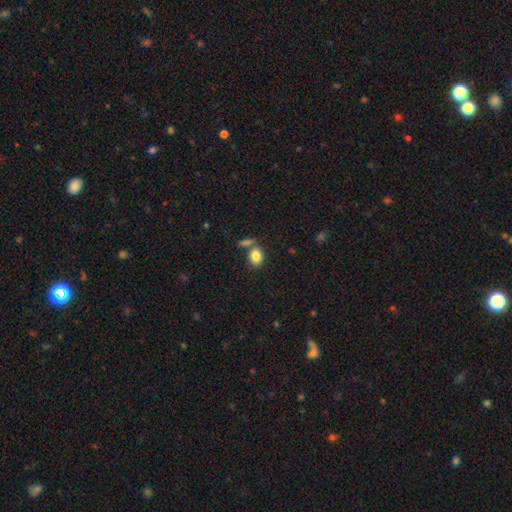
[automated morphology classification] smooth-or-featured: smooth: 84% | star or artifact: 9% | featured or disk: 8%
  how-rounded: in between: 74% | round: 25% | cigar-shaped: 1%
  merging: none: 58% | merger: 26% | minor disturbance: 12% | major disturbance: 5%